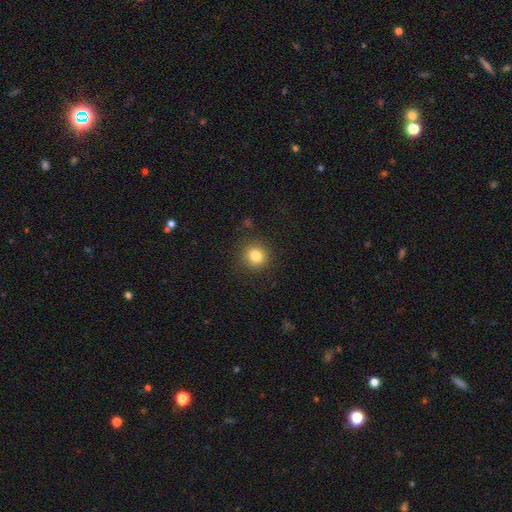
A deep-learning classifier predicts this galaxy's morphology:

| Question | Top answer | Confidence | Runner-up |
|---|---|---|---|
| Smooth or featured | smooth | 83% | star or artifact (12%) |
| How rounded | round | 92% | in between (7%) |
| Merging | none | 89% | minor disturbance (7%) |